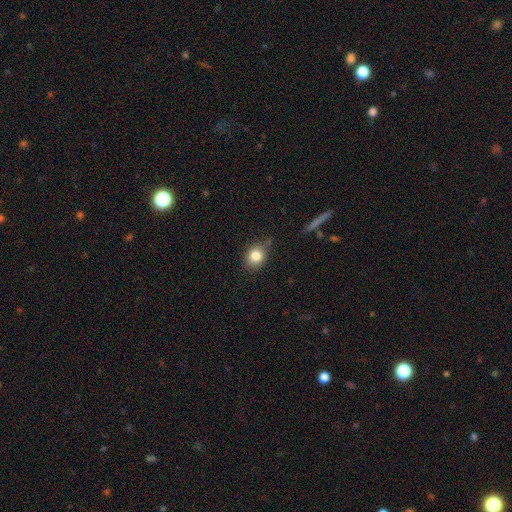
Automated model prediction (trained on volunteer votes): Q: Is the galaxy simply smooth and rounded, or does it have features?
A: smooth — 82%.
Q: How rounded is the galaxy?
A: round — 65%.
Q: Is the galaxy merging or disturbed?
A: none — 75%.